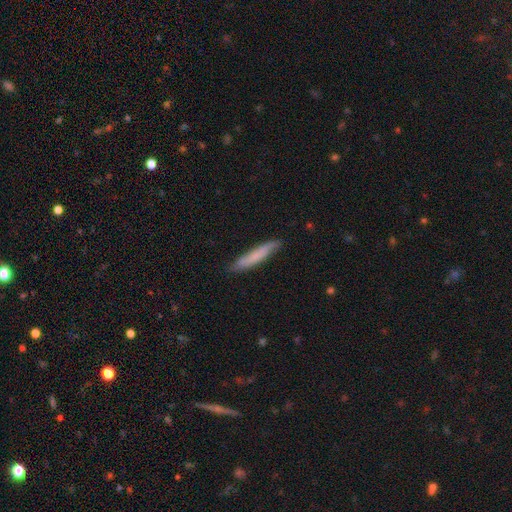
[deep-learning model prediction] This appears to be a smooth galaxy with no disk features (68%) that is cigar-shaped (92%). Merging: none (81%).